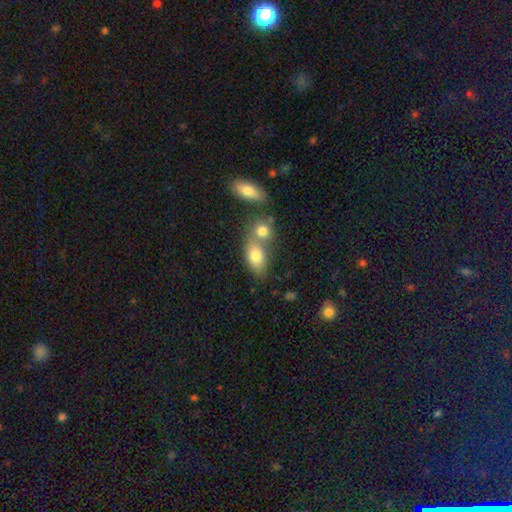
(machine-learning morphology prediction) Smooth or featured? Predicted: smooth (p=0.77). How rounded? Predicted: in between (p=0.79). Merging? Predicted: merger (p=0.53).